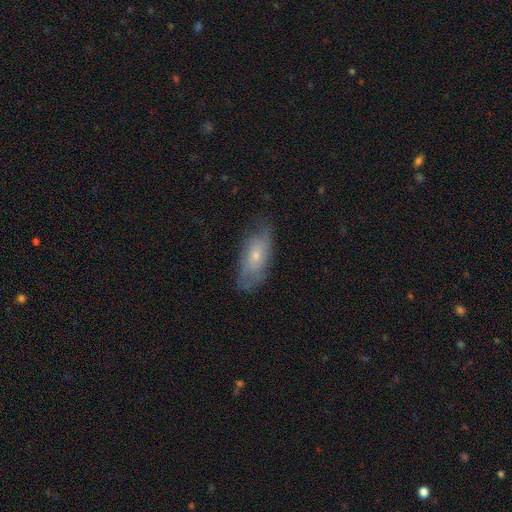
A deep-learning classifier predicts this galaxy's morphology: Smooth or featured? smooth (50%)
Merging? none (65%)